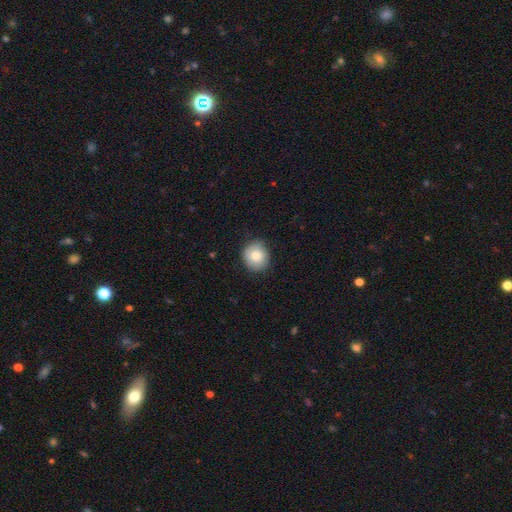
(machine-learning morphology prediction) Smooth or featured? smooth (80%)
How rounded? round (85%)
Merging? none (80%)